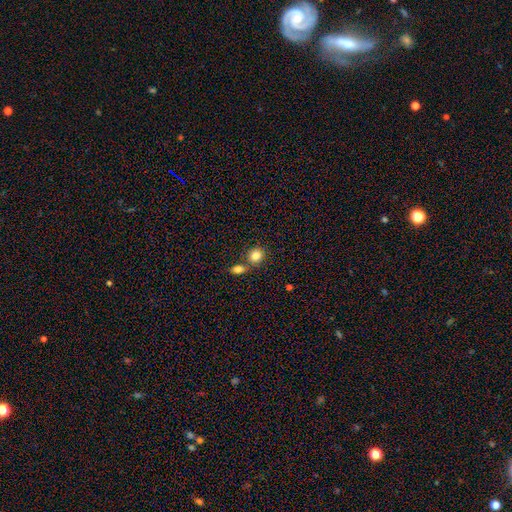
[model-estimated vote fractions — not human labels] Smooth or featured? Predicted: smooth (p=0.84). How rounded? Predicted: round (p=0.78). Merging? Predicted: none (p=0.61).